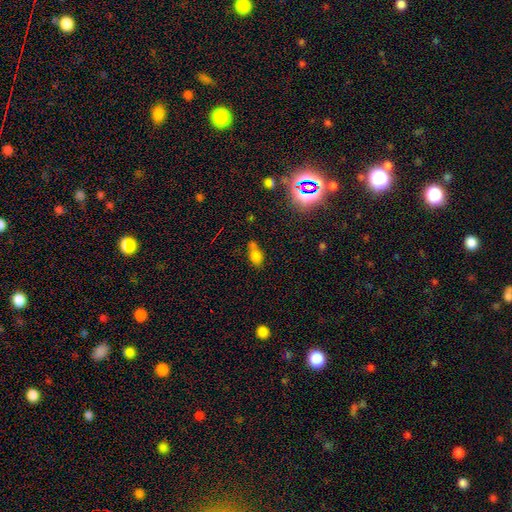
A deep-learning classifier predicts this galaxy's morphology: This appears to be a smooth galaxy with no disk features (73%) that is in between round and cigar-shaped (77%). Merging: none (43%).